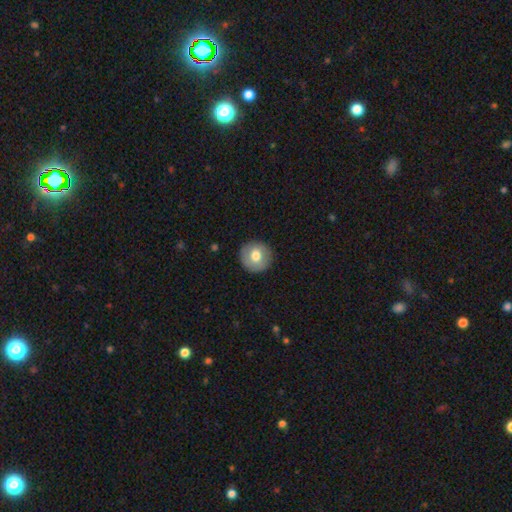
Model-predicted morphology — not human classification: A smooth galaxy with no disk features (68%) that is round (94%).

Vote fractions:
- Smooth or featured? smooth: 68% / featured or disk: 25% / star or artifact: 7%
- How rounded? round: 94% / in between: 5% / cigar-shaped: 1%
- Merging? none: 88% / minor disturbance: 9% / major disturbance: 2% / merger: 1%